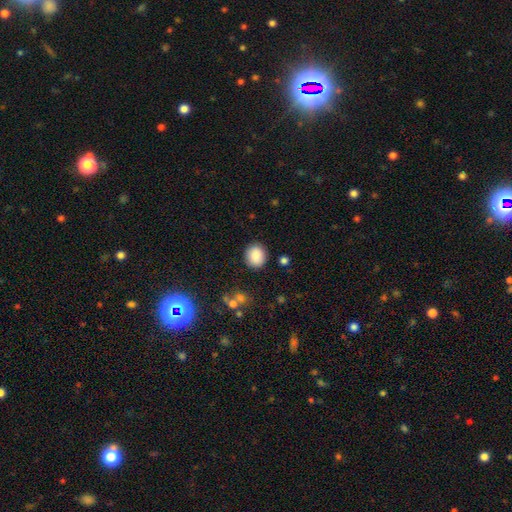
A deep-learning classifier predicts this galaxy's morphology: A smooth galaxy with no disk features (87%) that is round (74%). Merging: none (87%).